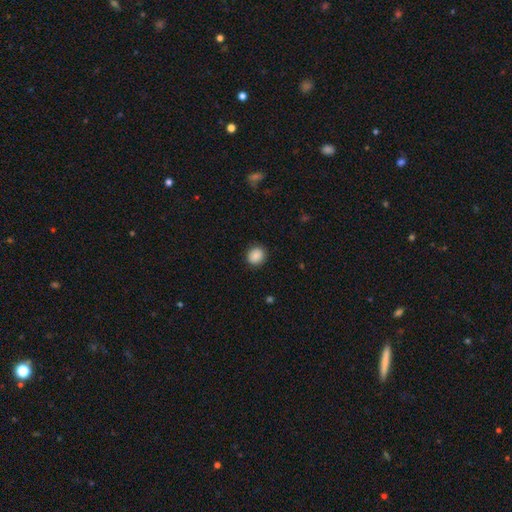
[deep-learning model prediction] A smooth galaxy with no disk features (88%) that is round (75%).

Vote fractions:
- Smooth or featured? smooth: 88% / star or artifact: 8% / featured or disk: 4%
- How rounded? round: 75% / in between: 24% / cigar-shaped: 1%
- Merging? none: 89% / minor disturbance: 8% / major disturbance: 2% / merger: 1%